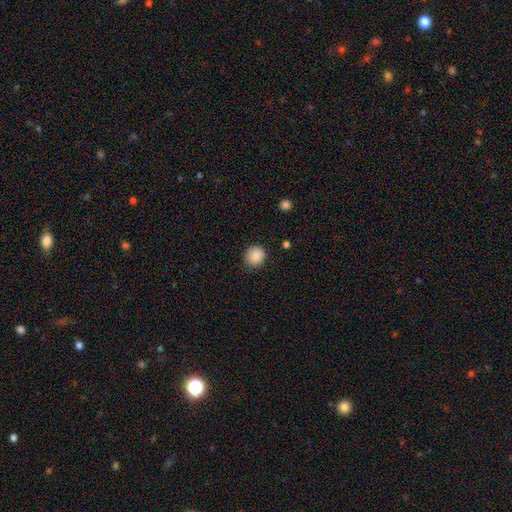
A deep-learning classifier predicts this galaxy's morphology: This appears to be a smooth galaxy with no disk features (87%) that is round (87%). Merging: none (84%).